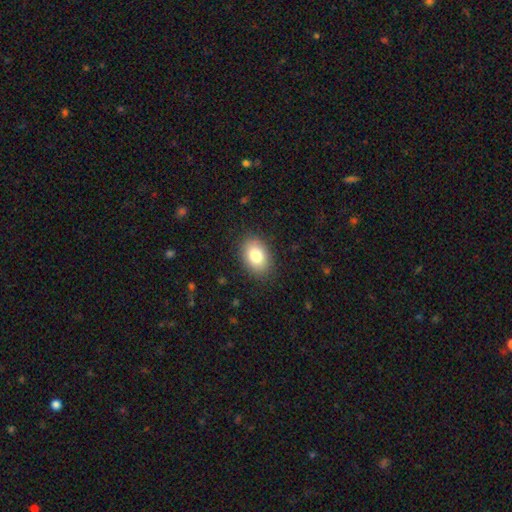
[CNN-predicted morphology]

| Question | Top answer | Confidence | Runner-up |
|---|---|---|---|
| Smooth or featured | smooth | 83% | featured or disk (9%) |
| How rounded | in between | 83% | round (16%) |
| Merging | none | 86% | minor disturbance (10%) |